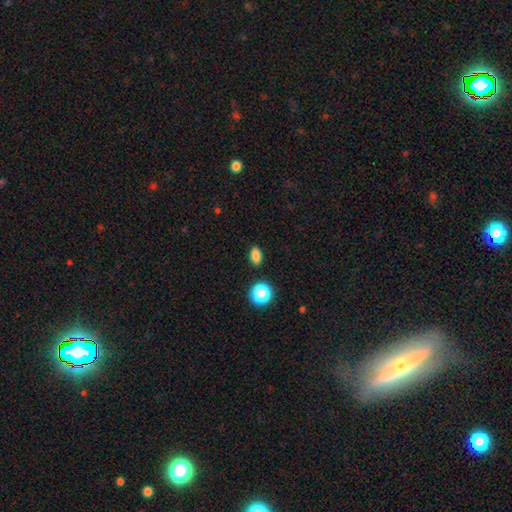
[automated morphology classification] A smooth galaxy with no disk features (83%) that is in between round and cigar-shaped (78%).

Vote fractions:
- Smooth or featured? smooth: 83% / star or artifact: 12% / featured or disk: 5%
- How rounded? in between: 78% / round: 19% / cigar-shaped: 3%
- Merging? none: 87% / minor disturbance: 8% / merger: 2% / major disturbance: 2%